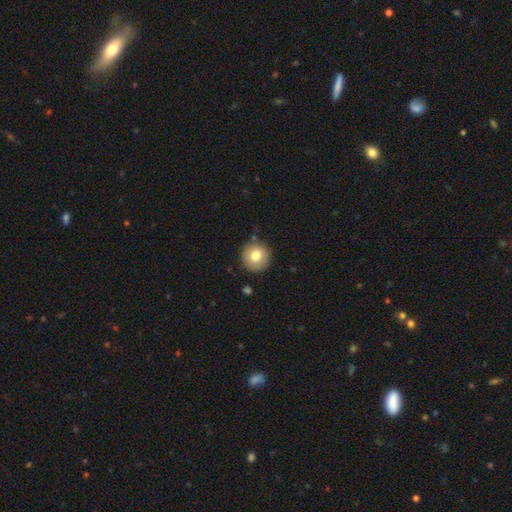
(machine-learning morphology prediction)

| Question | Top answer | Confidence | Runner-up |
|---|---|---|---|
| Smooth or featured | smooth | 79% | featured or disk (12%) |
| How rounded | round | 92% | in between (7%) |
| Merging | none | 85% | minor disturbance (10%) |